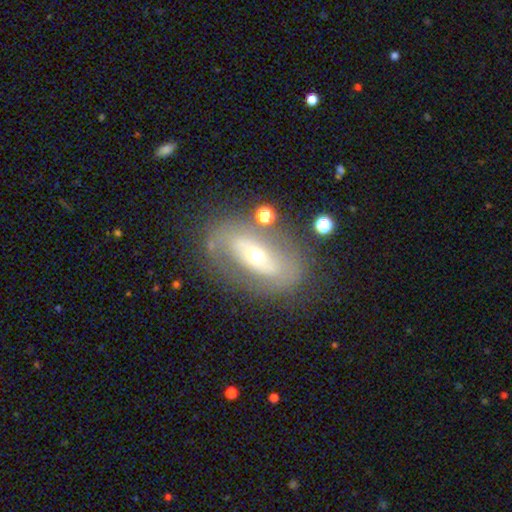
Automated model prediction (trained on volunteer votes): Smooth or featured? Predicted: featured or disk (p=0.61). Edge-on disk? Predicted: no (p=0.86). Bar? Predicted: no (p=0.49). Spiral arms? Predicted: no (p=0.66). Bulge size? Predicted: moderate (p=0.64). Merging? Predicted: none (p=0.73).